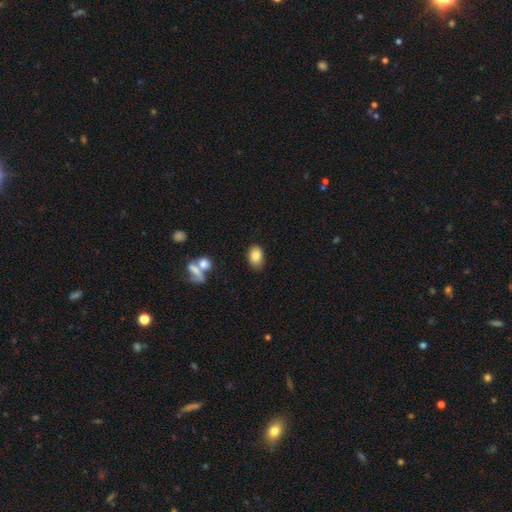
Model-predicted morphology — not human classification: This is clearly a smooth galaxy (84%). How rounded: clearly in between (84%). Merging: likely none (77%).